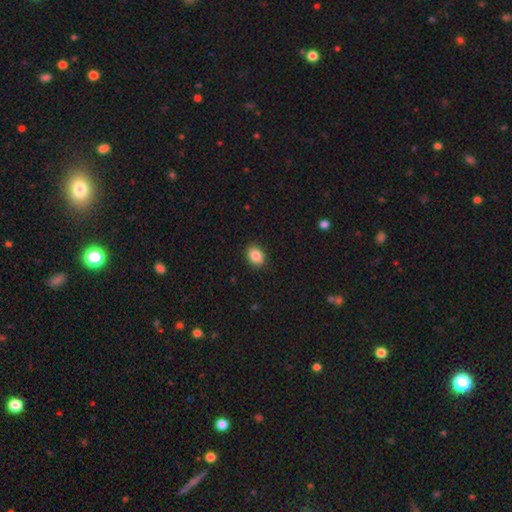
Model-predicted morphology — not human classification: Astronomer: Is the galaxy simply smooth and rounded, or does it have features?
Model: smooth — 86%.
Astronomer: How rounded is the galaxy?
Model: in between — 54% (runner-up: round, 45%).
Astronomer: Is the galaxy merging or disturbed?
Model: none — 88%.